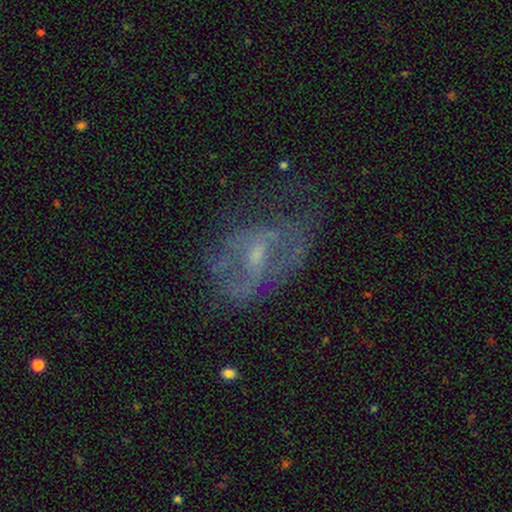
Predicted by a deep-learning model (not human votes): Overall: featured or disk (70%). Edge-on disk: no (96%). Bar: weak (46%; no 42%). Spiral arms: yes (52%; no 48%). Bulge size: small (50%; moderate 34%). Merging: none (43%; major disturbance 32%).